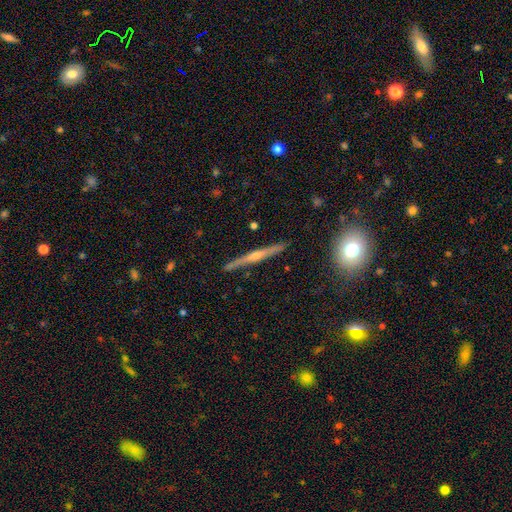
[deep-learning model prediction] This is clearly a featured or disk galaxy (82%). It is clearly viewed edge-on (98%). Edge-on bulge: clearly rounded (90%). Merging: clearly none (91%).